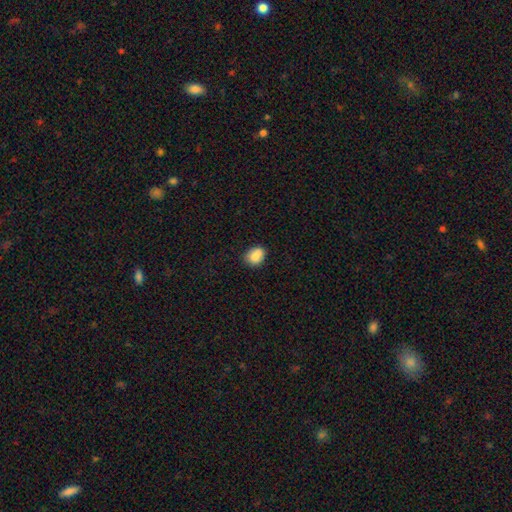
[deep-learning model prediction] A smooth galaxy with no disk features (85%) that is in between round and cigar-shaped (60%).

Vote fractions:
- Smooth or featured? smooth: 85% / star or artifact: 9% / featured or disk: 7%
- How rounded? in between: 60% / round: 39% / cigar-shaped: 1%
- Merging? none: 69% / minor disturbance: 21% / merger: 5% / major disturbance: 4%